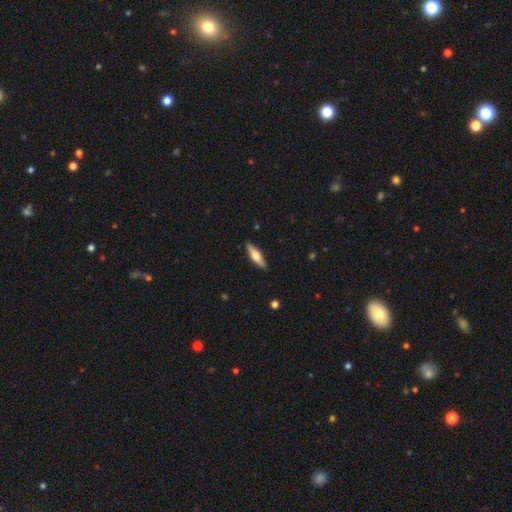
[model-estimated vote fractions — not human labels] Overall: smooth (49%; featured or disk 46%). Merging: none (89%).